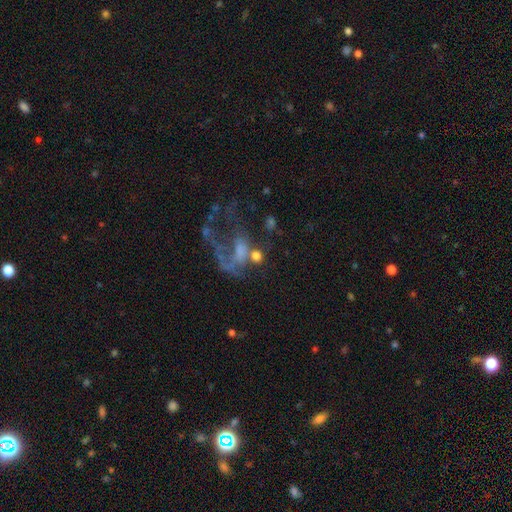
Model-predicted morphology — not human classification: A smooth galaxy with no disk features (47%). Merging: major disturbance (32%).